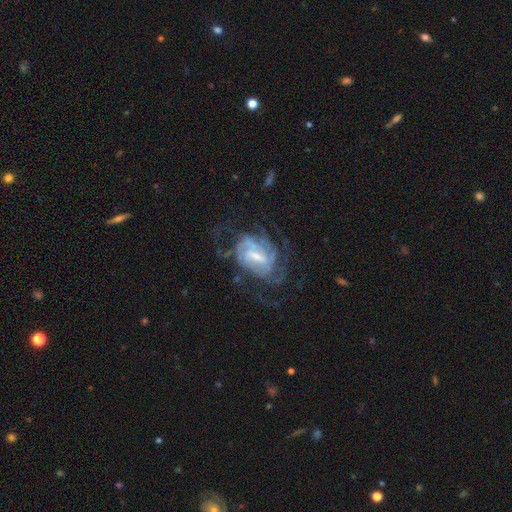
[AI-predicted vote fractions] A featured or disk galaxy (83%) with a weak bar (52%), tight (48%) spiral arms (92%) and a small central bulge (42%). Merging: none (55%).